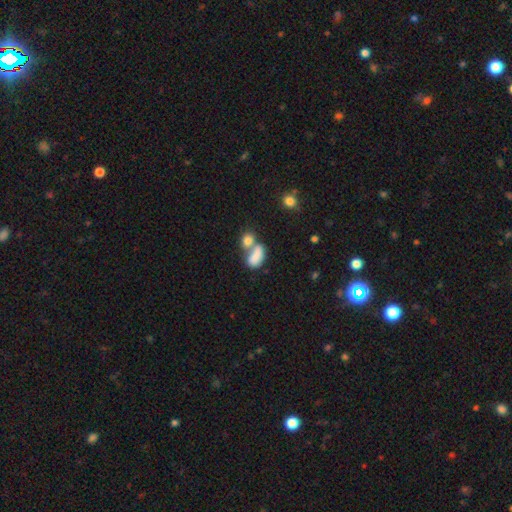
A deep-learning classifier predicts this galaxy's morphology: This is likely a smooth galaxy (79%). How rounded: clearly in between (85%). Merging: likely merger (61%).